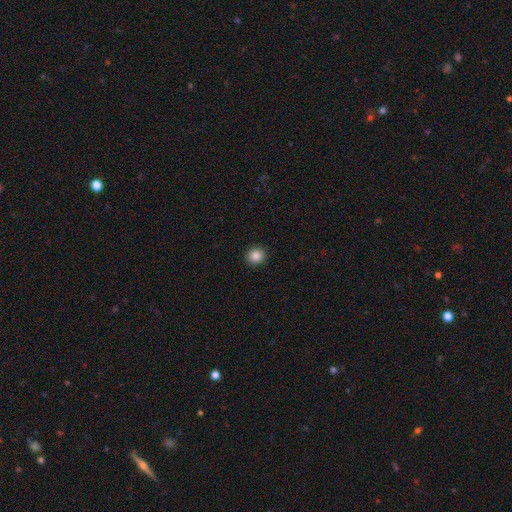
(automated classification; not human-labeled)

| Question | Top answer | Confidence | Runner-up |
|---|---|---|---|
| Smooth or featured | smooth | 86% | star or artifact (10%) |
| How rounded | round | 86% | in between (13%) |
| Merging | none | 93% | minor disturbance (5%) |